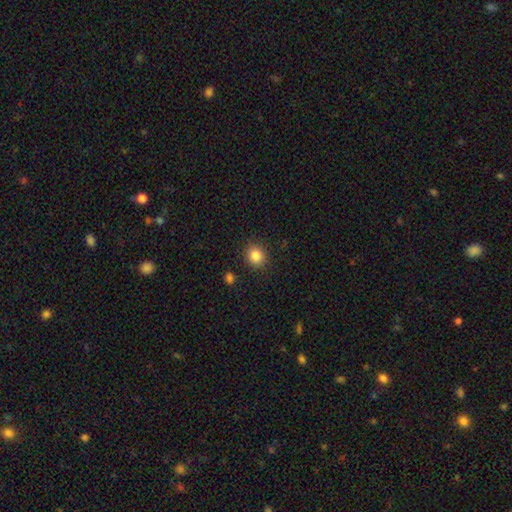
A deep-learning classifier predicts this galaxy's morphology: The model was most divided on "how rounded": round: 79%, in between: 21%, cigar-shaped: 1%. More confident: merging — none (88%); smooth or featured — smooth (85%).